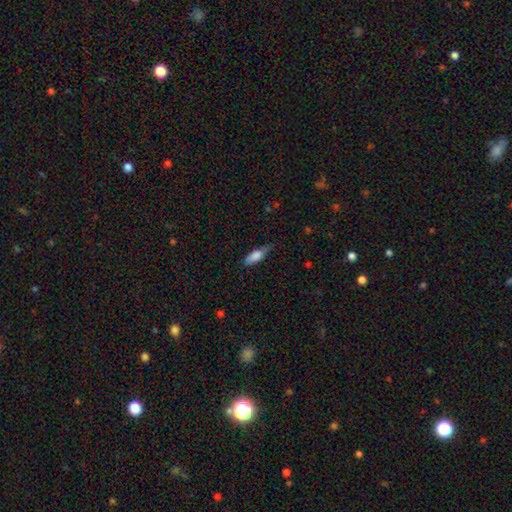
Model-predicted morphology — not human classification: Q: Smooth or featured?
A: smooth (75%); runner-up: featured or disk (19%)
Q: How rounded?
A: in between (56%); runner-up: cigar-shaped (41%)
Q: Merging?
A: none (62%); runner-up: minor disturbance (30%)